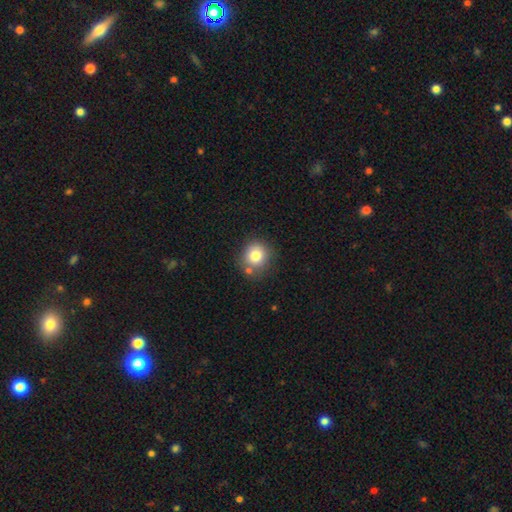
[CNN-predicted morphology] A smooth galaxy with no disk features (81%) that is round (87%). Merging: none (72%).